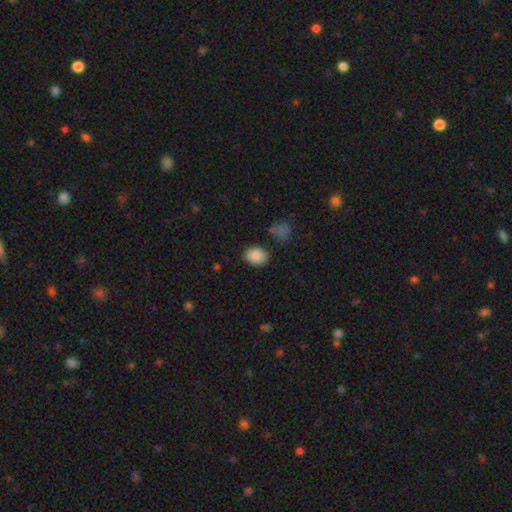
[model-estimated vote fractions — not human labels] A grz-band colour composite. It shows a smooth galaxy with no disk features (86%) that is in between round and cigar-shaped (65%). Merging: none (80%).